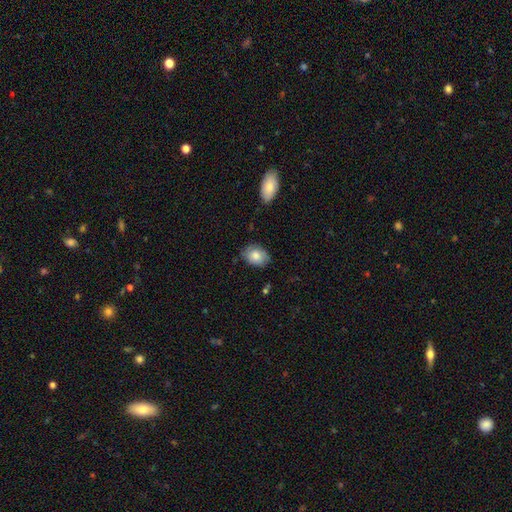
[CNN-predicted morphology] A smooth galaxy with no disk features (74%) that is in between round and cigar-shaped (73%).

Vote fractions:
- Smooth or featured? smooth: 74% / featured or disk: 18% / star or artifact: 7%
- How rounded? in between: 73% / round: 26% / cigar-shaped: 1%
- Merging? none: 71% / minor disturbance: 23% / major disturbance: 4% / merger: 2%